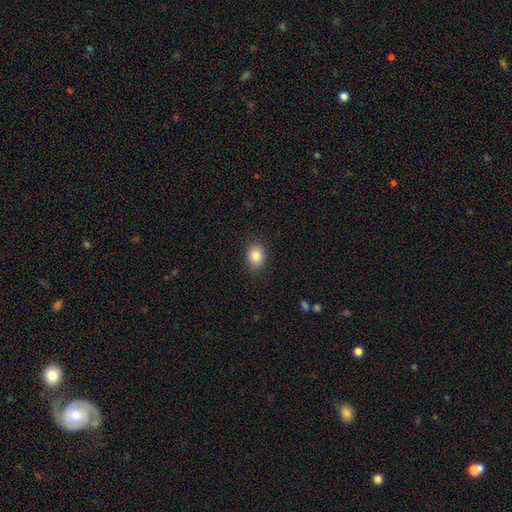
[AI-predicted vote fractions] Smooth or featured? Predicted: smooth (p=0.86). How rounded? Predicted: in between (p=0.60). Merging? Predicted: none (p=0.87).